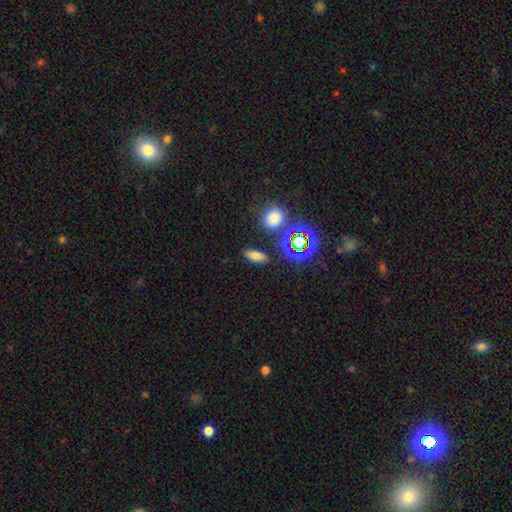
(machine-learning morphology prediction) The model was most divided on "smooth or featured": smooth: 71%, star or artifact: 21%, featured or disk: 8%. More confident: merging — none (84%); how rounded — in between (72%).